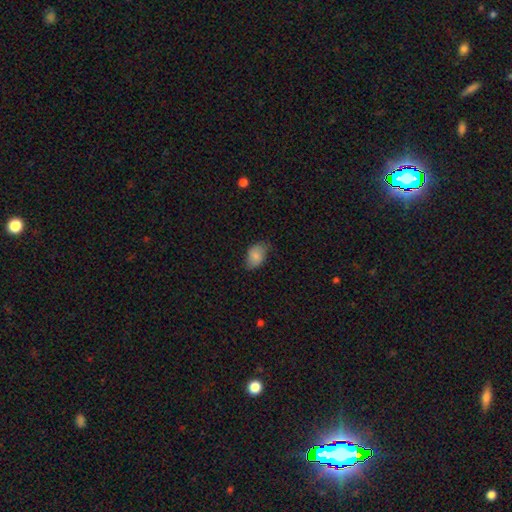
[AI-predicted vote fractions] Smooth or featured: smooth — 83% (featured or disk — 10%)
How rounded: in between — 87% (round — 12%)
Merging: none — 70% (minor disturbance — 24%)